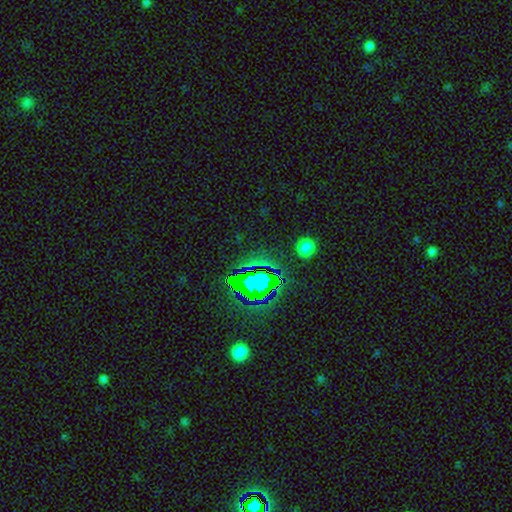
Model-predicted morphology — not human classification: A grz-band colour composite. It shows a star or artifact, not a galaxy (79%).